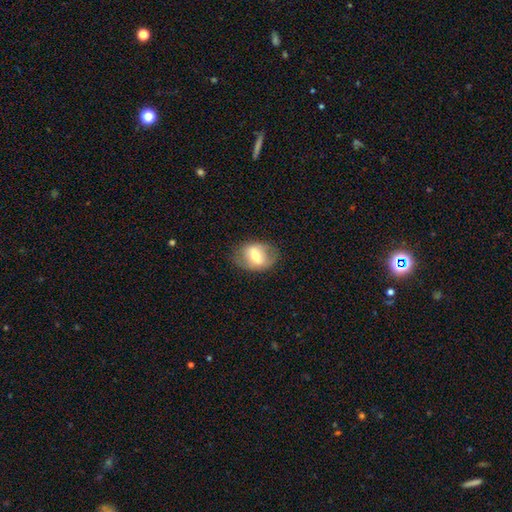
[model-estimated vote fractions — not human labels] Overall: smooth (48%; featured or disk 45%). Merging: none (74%).